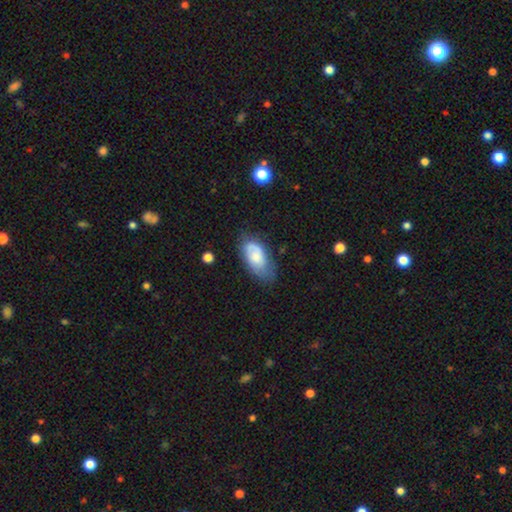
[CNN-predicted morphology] type=smooth (60%); roundness=in between (92%); merging=none (55%).